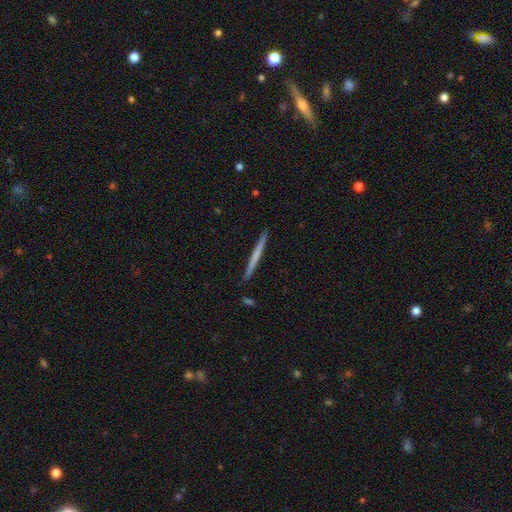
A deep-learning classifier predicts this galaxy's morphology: Q: Smooth or featured?
A: smooth (50%); runner-up: featured or disk (45%)
Q: Merging?
A: none (92%); runner-up: minor disturbance (5%)